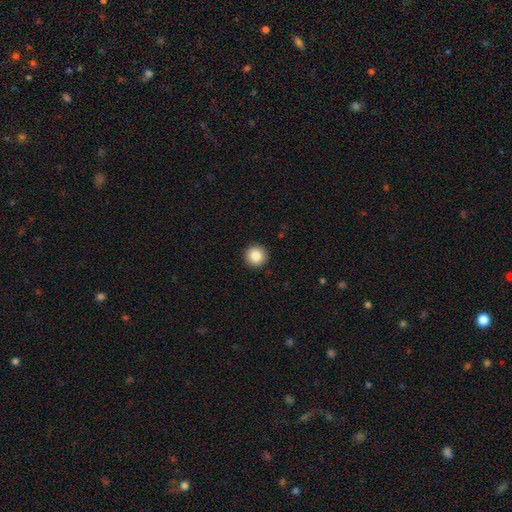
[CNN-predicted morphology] smooth_or_featured: smooth (p=0.85) [alt: star or artifact p=0.09]
how_rounded: round (p=0.96) [alt: in between p=0.03]
merging: none (p=0.93) [alt: minor disturbance p=0.04]